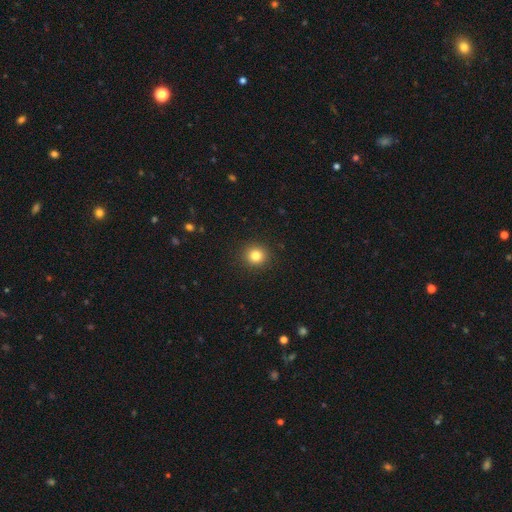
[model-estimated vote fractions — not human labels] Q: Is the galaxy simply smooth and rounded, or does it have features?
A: smooth — 83%.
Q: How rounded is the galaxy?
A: round — 91%.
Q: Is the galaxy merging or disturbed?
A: none — 92%.